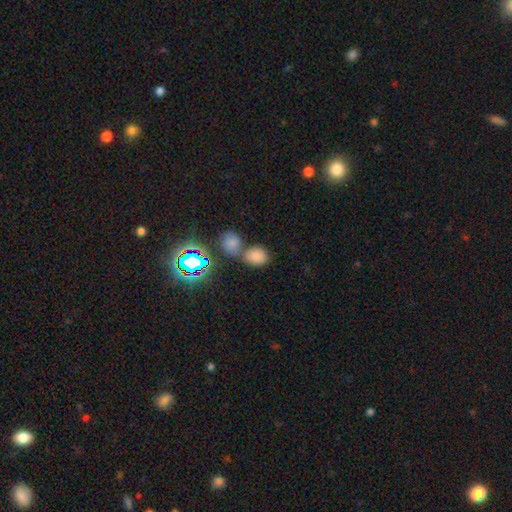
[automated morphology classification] smooth 70%, star or artifact 22%, featured or disk 7%. Down the decision tree: how rounded — in between (55%); merging — none (50%).